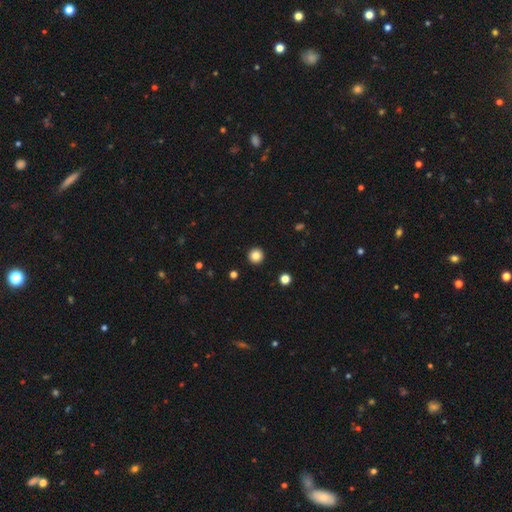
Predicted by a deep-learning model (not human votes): This appears to be a smooth galaxy with no disk features (84%) that is round (96%). Merging: none (93%).